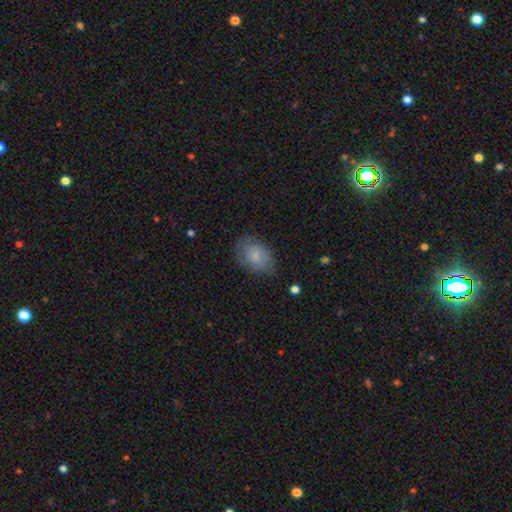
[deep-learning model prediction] Smooth or featured: smooth — 75% (featured or disk — 18%)
How rounded: in between — 82% (round — 17%)
Merging: none — 72% (minor disturbance — 20%)